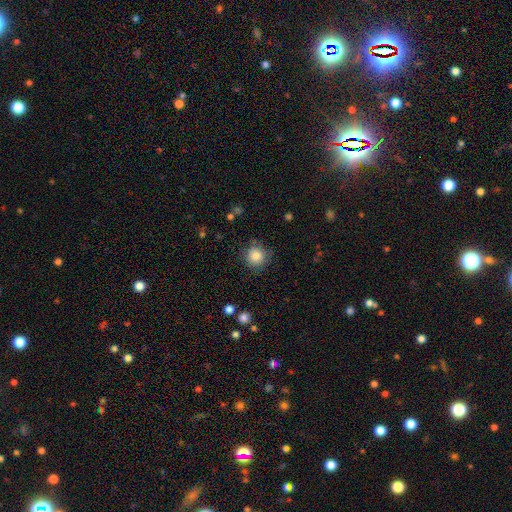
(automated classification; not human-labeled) A smooth galaxy with no disk features (85%) that is round (93%). Merging: none (82%).